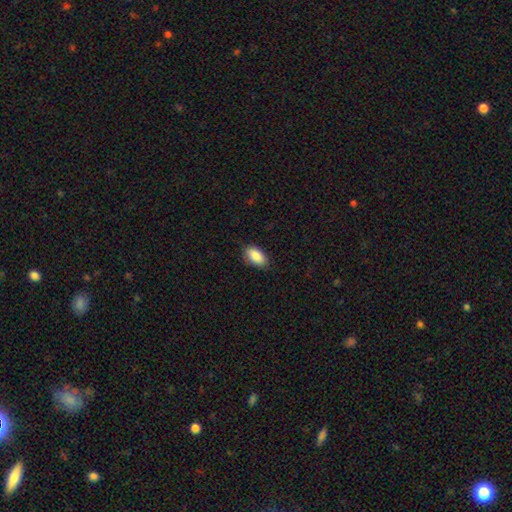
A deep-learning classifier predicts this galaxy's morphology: Smooth or featured? smooth (88%)
How rounded? in between (94%)
Merging? none (84%)